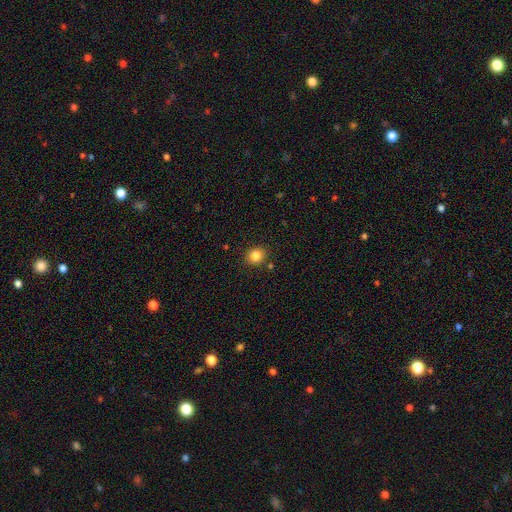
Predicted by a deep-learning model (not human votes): Morphology: type=smooth (83%); roundness=round (81%); merging=none (87%).